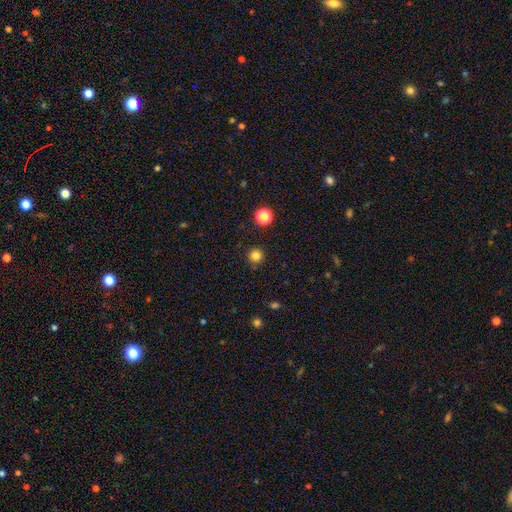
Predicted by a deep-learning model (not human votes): This is clearly a smooth galaxy (81%). How rounded: clearly round (96%). Merging: clearly none (90%).